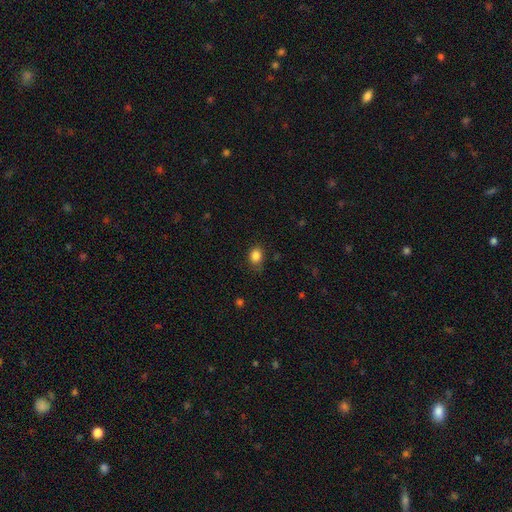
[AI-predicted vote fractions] smooth_or_featured: smooth (p=0.85) [alt: star or artifact p=0.11]
how_rounded: in between (p=0.55) [alt: round p=0.44]
merging: none (p=0.73) [alt: minor disturbance p=0.20]